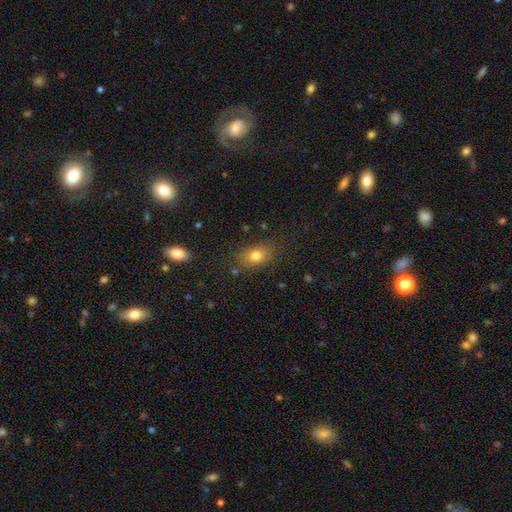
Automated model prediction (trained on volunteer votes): smooth 80%, star or artifact 11%, featured or disk 9%. Down the decision tree: how rounded — in between (78%); merging — none (81%).